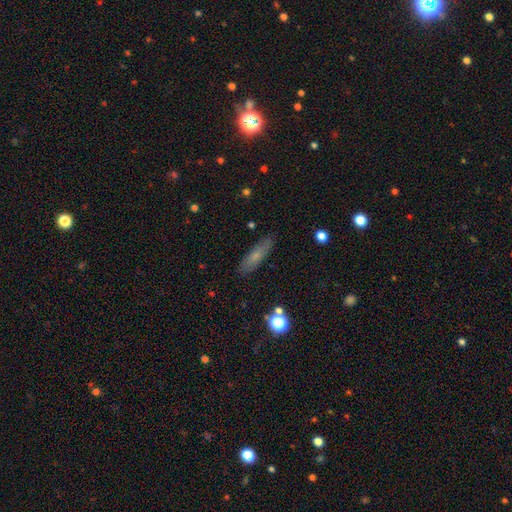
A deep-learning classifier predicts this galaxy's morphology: Smooth or featured?
  - smooth: 64% *
  - featured or disk: 27%
  - star or artifact: 9%
How rounded?
  - cigar-shaped: 68% *
  - in between: 29%
  - round: 3%
Merging?
  - none: 86% *
  - minor disturbance: 11%
  - major disturbance: 2%
  - merger: 2%